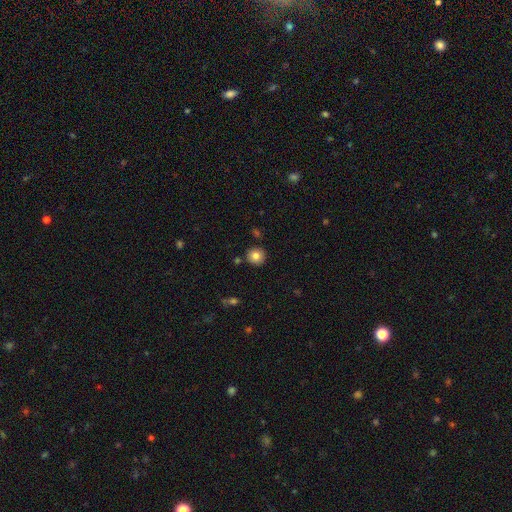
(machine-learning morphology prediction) This appears to be a smooth galaxy with no disk features (81%) that is round (93%). Merging: none (87%).